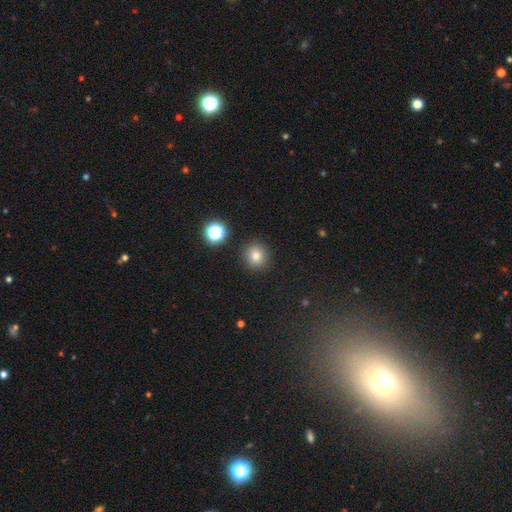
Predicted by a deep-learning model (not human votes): This is likely a smooth galaxy (79%). How rounded: clearly round (87%). Merging: clearly none (89%).